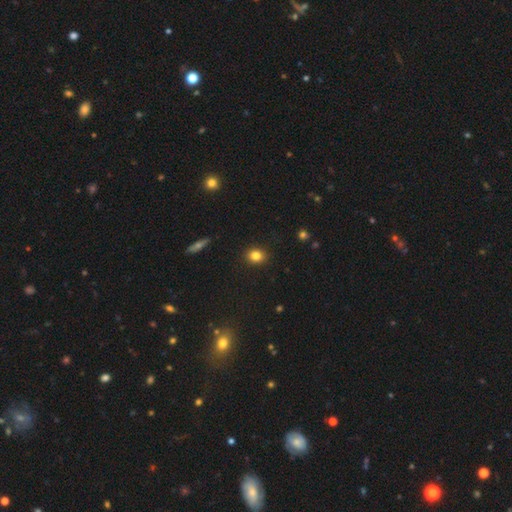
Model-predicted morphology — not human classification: This is clearly a smooth galaxy (83%). How rounded: likely round (63%). Merging: clearly none (91%).